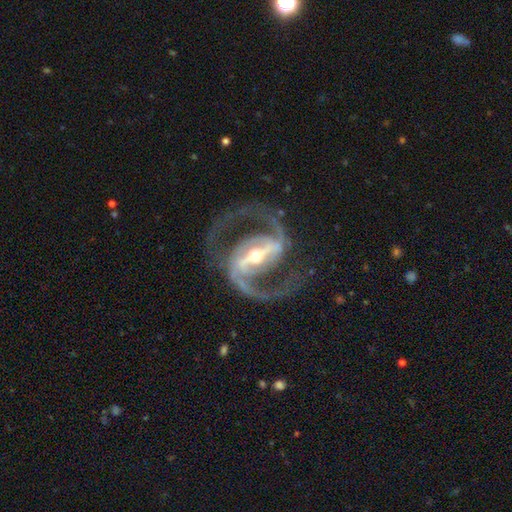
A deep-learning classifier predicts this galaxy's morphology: smooth_or_featured: featured or disk (p=0.94) [alt: star or artifact p=0.04]
disk_edge_on: no (p=0.97) [alt: yes p=0.03]
bar: strong (p=0.74) [alt: weak p=0.20]
has_spiral_arms: yes (p=0.98) [alt: no p=0.02]
spiral_winding: medium (p=0.65) [alt: loose p=0.20]
spiral_arm_count: 2 (p=0.93) [alt: 3 p=0.02]
bulge_size: moderate (p=0.49) [alt: small p=0.46]
merging: none (p=0.79) [alt: minor disturbance p=0.11]